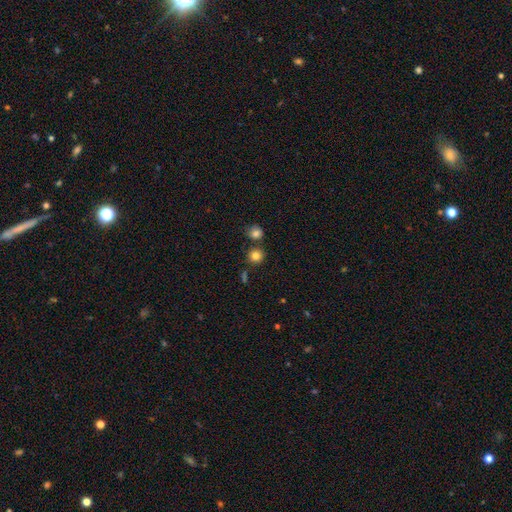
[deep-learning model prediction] smooth-or-featured: smooth: 81% | star or artifact: 12% | featured or disk: 6%
  how-rounded: round: 90% | in between: 9% | cigar-shaped: 1%
  merging: none: 78% | merger: 11% | minor disturbance: 9% | major disturbance: 3%